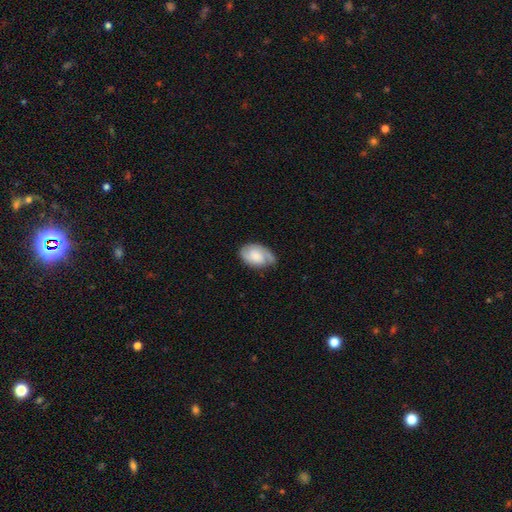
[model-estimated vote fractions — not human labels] Smooth or featured?
  - featured or disk: 56% *
  - smooth: 38%
  - star or artifact: 7%
Edge-on disk?
  - no: 96% *
  - yes: 4%
Bar?
  - no: 64% *
  - weak: 31%
  - strong: 6%
Spiral arms?
  - yes: 90% *
  - no: 10%
Bulge size?
  - moderate: 29% * (tied)
  - small: 29% * (tied)
  - none: 21%
  - large: 18%
  - dominant: 4%
Merging?
  - none: 61% *
  - minor disturbance: 28%
  - major disturbance: 10%
  - merger: 2%